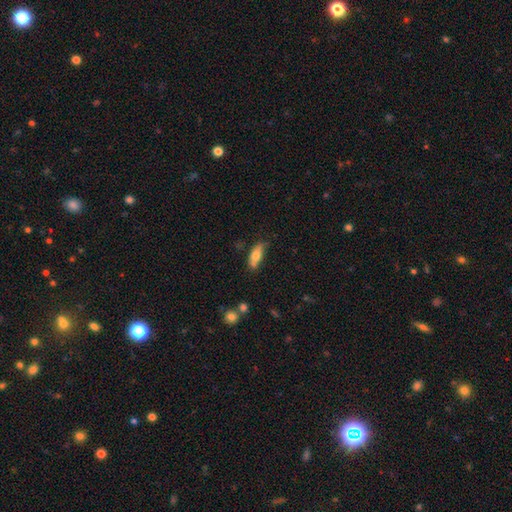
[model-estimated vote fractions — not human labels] Smooth or featured? Predicted: smooth (p=0.71). How rounded? Predicted: in between (p=0.65). Merging? Predicted: none (p=0.60).